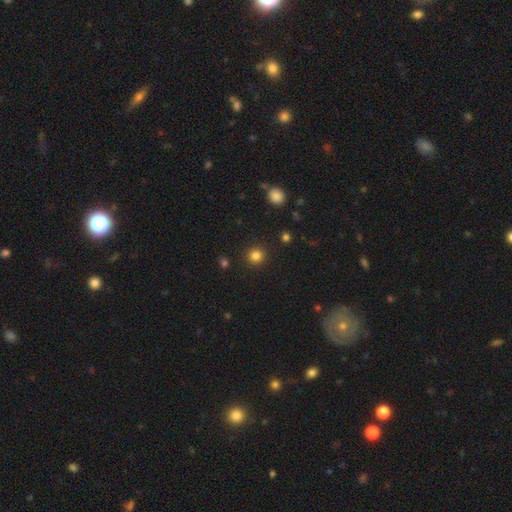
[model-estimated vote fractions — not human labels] This appears to be a smooth galaxy with no disk features (83%) that is round (94%). Merging: none (91%).